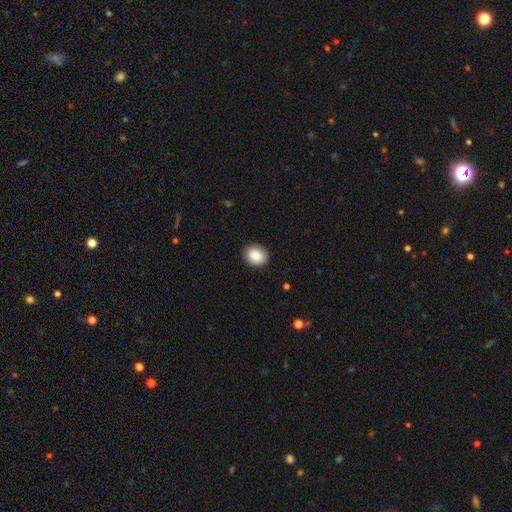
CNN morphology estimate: A smooth galaxy with no disk features (87%) that is round (63%). Merging: none (88%).